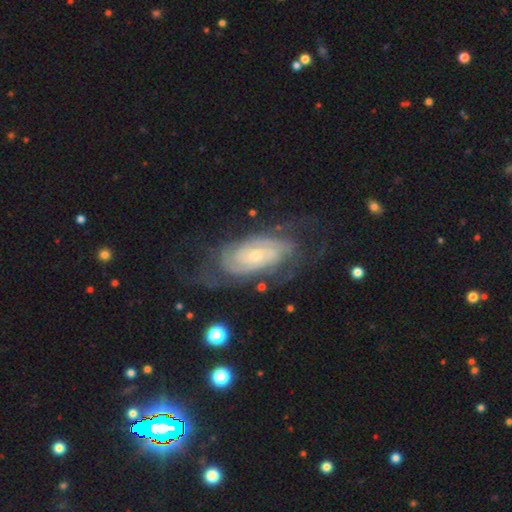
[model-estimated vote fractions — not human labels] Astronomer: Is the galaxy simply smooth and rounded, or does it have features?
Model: featured or disk — 88%.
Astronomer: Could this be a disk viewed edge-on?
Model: no — 95%.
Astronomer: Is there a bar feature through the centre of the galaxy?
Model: no — 65%.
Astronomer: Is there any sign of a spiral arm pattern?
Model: yes — 97%.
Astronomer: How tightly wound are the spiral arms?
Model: tight — 72%.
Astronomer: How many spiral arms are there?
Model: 2 — 44% (runner-up: can't tell, 26%).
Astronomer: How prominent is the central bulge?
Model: small — 64%.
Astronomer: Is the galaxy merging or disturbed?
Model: none — 66%.